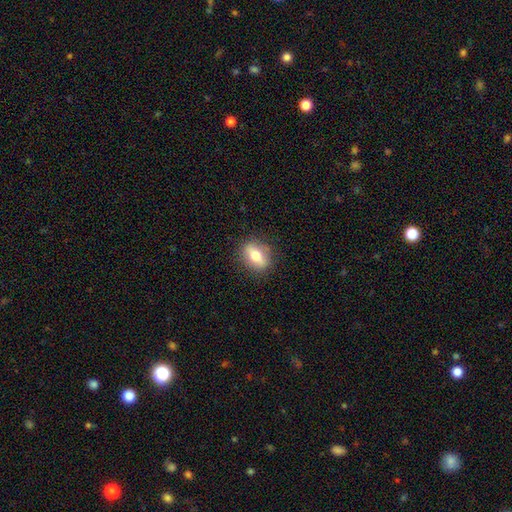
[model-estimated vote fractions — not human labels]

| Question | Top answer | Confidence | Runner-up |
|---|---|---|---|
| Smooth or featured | smooth | 61% | featured or disk (31%) |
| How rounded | in between | 65% | round (29%) |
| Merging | none | 85% | minor disturbance (11%) |